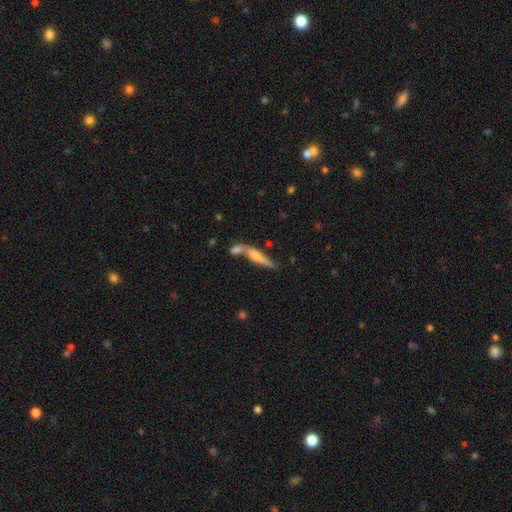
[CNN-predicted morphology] A featured or disk galaxy (54%) viewed edge-on (89%).

Vote fractions:
- Smooth or featured? featured or disk: 54% / smooth: 37% / star or artifact: 9%
- Edge-on disk? yes: 89% / no: 11%
- Merging? none: 55% / merger: 26% / minor disturbance: 14% / major disturbance: 5%